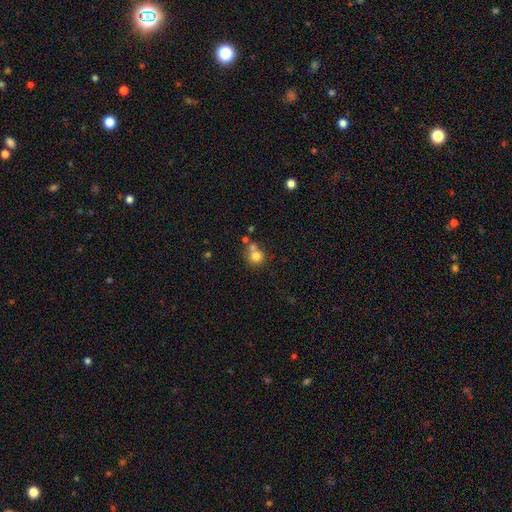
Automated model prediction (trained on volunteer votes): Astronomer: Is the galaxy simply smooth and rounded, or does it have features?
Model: smooth — 77%.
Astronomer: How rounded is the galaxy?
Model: round — 87%.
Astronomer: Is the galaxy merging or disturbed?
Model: none — 49% (runner-up: merger, 36%).